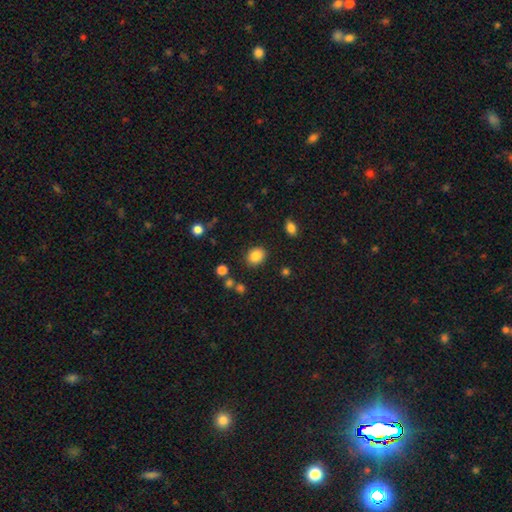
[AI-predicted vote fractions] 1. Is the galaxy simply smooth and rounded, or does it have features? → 85% smooth, 10% star or artifact, 5% featured or disk.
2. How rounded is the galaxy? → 53% in between, 46% round, 1% cigar-shaped.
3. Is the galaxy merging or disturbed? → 85% none, 10% minor disturbance, 3% major disturbance, 2% merger.